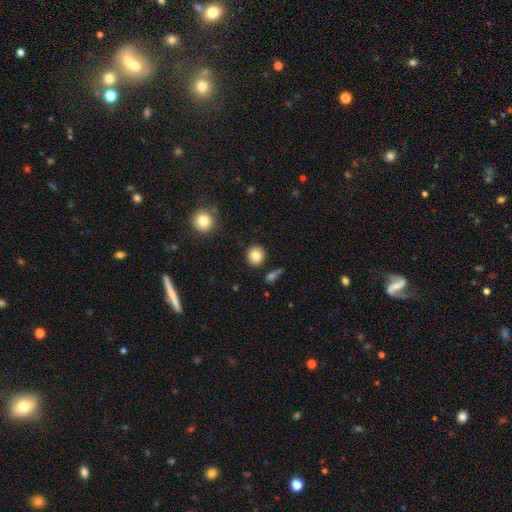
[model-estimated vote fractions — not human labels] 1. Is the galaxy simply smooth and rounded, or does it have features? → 83% smooth, 10% star or artifact, 7% featured or disk.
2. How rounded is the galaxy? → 89% round, 10% in between, 1% cigar-shaped.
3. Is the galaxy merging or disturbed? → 88% none, 7% minor disturbance, 3% merger, 2% major disturbance.